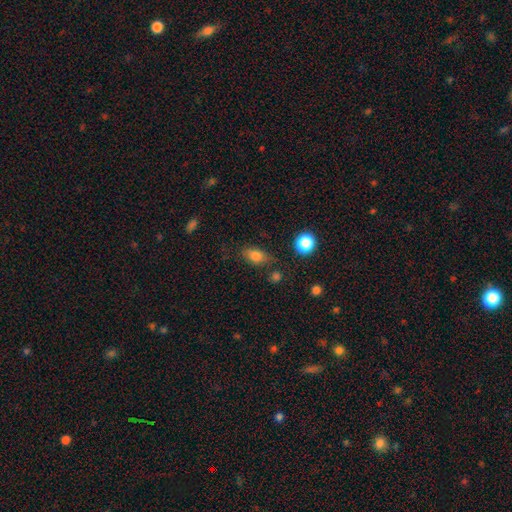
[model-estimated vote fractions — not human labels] Morphology: type=smooth (79%); roundness=in between (78%); merging=none (70%).